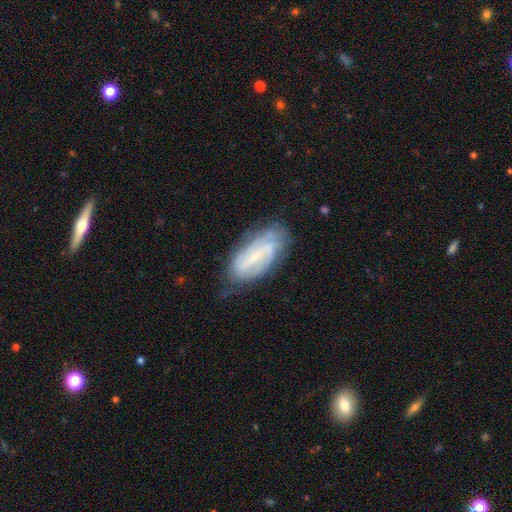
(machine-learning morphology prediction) A featured or disk galaxy (72%) with a weak bar (45%), 2 (50%) tight (46%) spiral arms (84%) and a small central bulge (67%).

Vote fractions:
- Smooth or featured? featured or disk: 72% / smooth: 20% / star or artifact: 8%
- Edge-on disk? no: 93% / yes: 7%
- Bar? weak: 45% / strong: 34% / no: 21%
- Spiral arms? yes: 84% / no: 16%
- Spiral winding? tight: 46% / medium: 37% / loose: 17%
- Spiral arm count? 2: 50% / can't tell: 34% / 3: 7% / 1: 4% / 4: 3% / more than 4: 2%
- Bulge size? small: 67% / moderate: 18% / none: 12% / large: 2% / dominant: 1%
- Merging? none: 68% / minor disturbance: 22% / major disturbance: 7% / merger: 2%